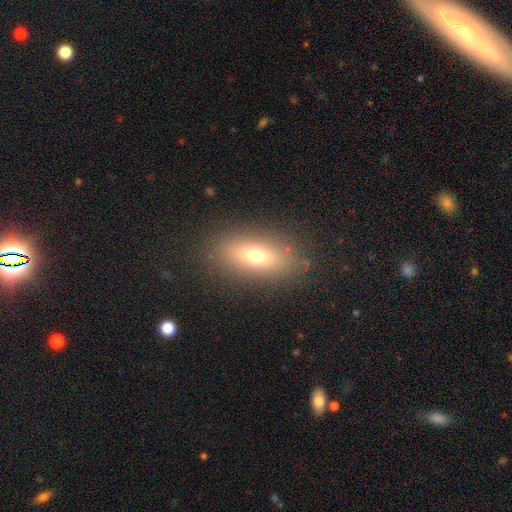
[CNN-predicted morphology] A smooth galaxy with no disk features (66%) that is in between round and cigar-shaped (76%).

Vote fractions:
- Smooth or featured? smooth: 66% / featured or disk: 20% / star or artifact: 13%
- How rounded? in between: 76% / cigar-shaped: 13% / round: 11%
- Merging? none: 85% / minor disturbance: 9% / major disturbance: 5% / merger: 1%